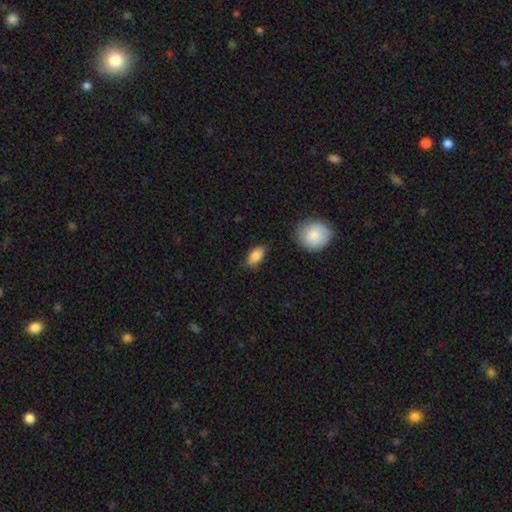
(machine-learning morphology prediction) smooth 85%, featured or disk 8%, star or artifact 7%. Down the decision tree: how rounded — in between (89%); merging — none (80%).